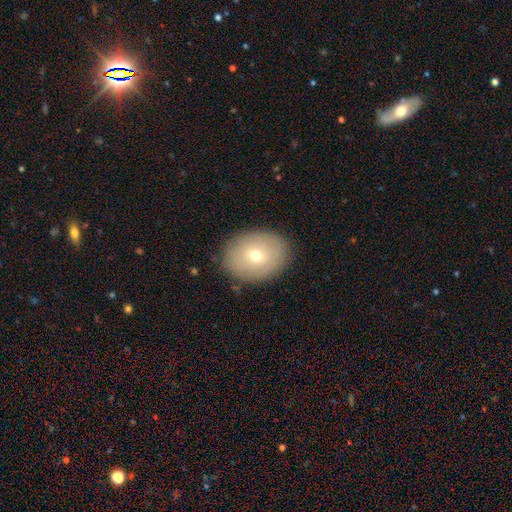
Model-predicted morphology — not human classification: type=smooth (68%); roundness=in between (63%); merging=none (87%).